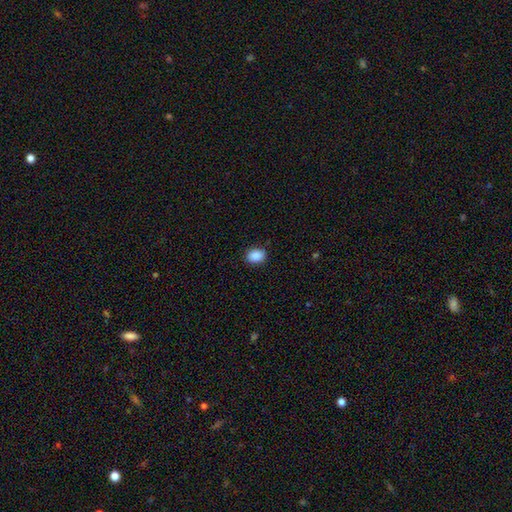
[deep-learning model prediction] This appears to be a smooth galaxy with no disk features (89%) that is in between round and cigar-shaped (61%). Merging: none (87%).